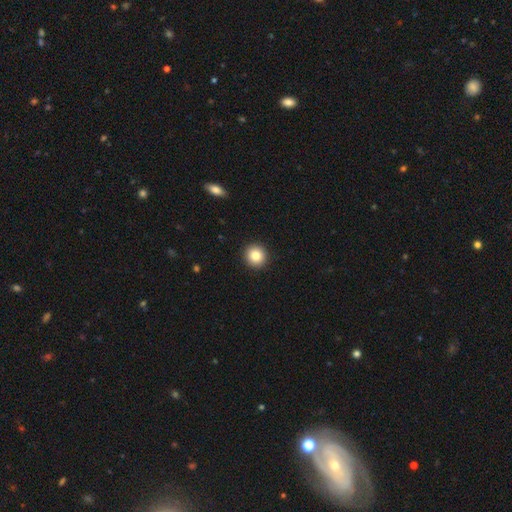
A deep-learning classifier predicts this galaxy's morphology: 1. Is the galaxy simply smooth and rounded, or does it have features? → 83% smooth, 10% star or artifact, 8% featured or disk.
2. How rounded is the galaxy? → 94% round, 5% in between, 1% cigar-shaped.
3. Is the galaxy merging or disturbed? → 93% none, 4% minor disturbance, 2% major disturbance, 1% merger.